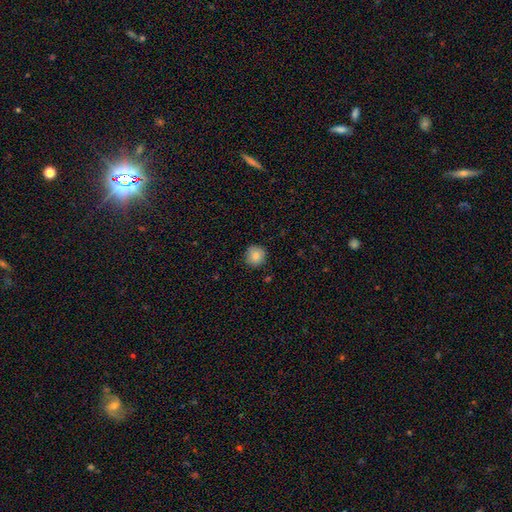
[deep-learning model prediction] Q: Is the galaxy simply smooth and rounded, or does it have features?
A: smooth — 84%.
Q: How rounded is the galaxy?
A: round — 94%.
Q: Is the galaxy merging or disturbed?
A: none — 88%.